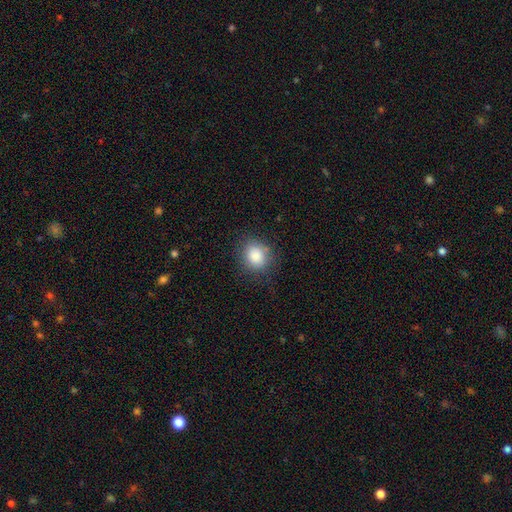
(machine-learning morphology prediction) smooth-or-featured: smooth: 86% | star or artifact: 9% | featured or disk: 5%
  how-rounded: round: 69% | in between: 30% | cigar-shaped: 1%
  merging: none: 79% | minor disturbance: 15% | major disturbance: 5% | merger: 2%